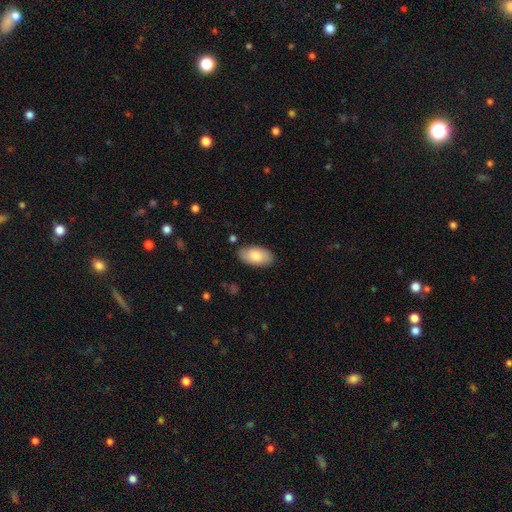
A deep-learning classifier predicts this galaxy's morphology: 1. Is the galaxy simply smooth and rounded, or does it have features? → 79% smooth, 16% featured or disk, 6% star or artifact.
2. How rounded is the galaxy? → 95% in between, 3% round, 2% cigar-shaped.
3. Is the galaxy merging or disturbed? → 85% none, 12% minor disturbance, 2% major disturbance, 2% merger.